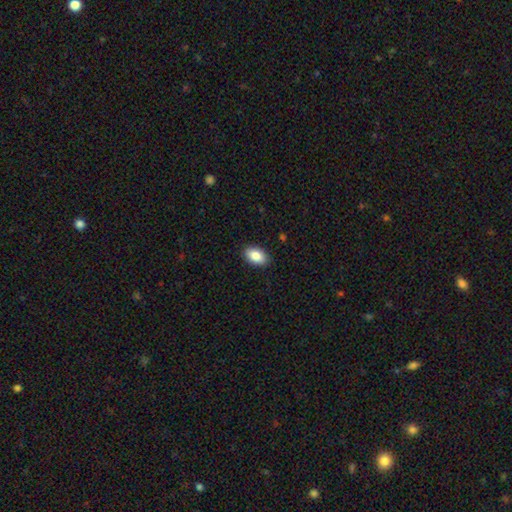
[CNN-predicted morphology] Q: Smooth or featured?
A: smooth (86%); runner-up: star or artifact (7%)
Q: How rounded?
A: in between (92%); runner-up: round (6%)
Q: Merging?
A: none (90%); runner-up: minor disturbance (8%)